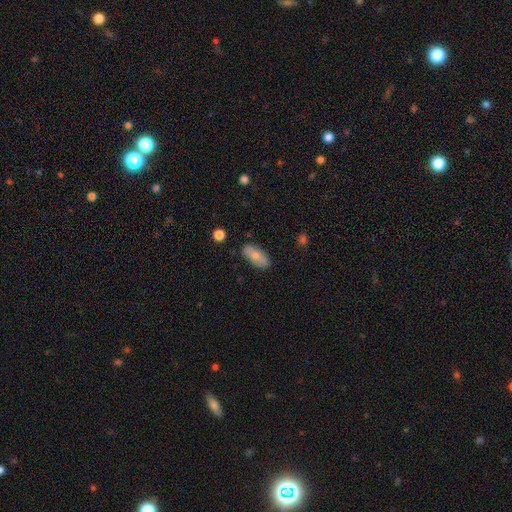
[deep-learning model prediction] The model was most divided on "smooth or featured": smooth: 75%, featured or disk: 18%, star or artifact: 7%. More confident: how rounded — in between (86%); merging — none (84%).